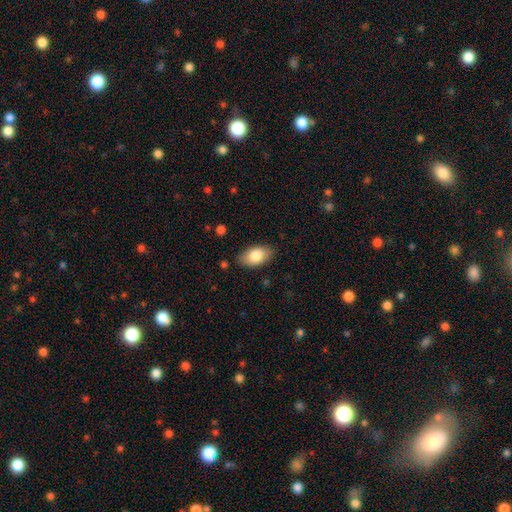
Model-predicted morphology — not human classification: This appears to be a smooth galaxy with no disk features (82%) that is in between round and cigar-shaped (93%). Merging: none (85%).